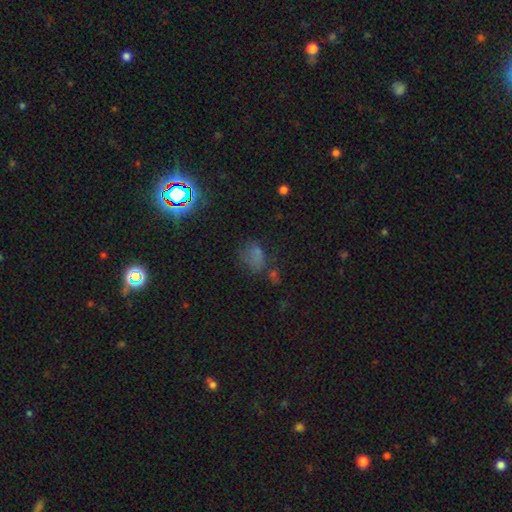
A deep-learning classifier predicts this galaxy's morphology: The model was most divided on "merging": none: 41%, minor disturbance: 24%, major disturbance: 22%, merger: 13%. More confident: how rounded — in between (64%); smooth or featured — smooth (52%).